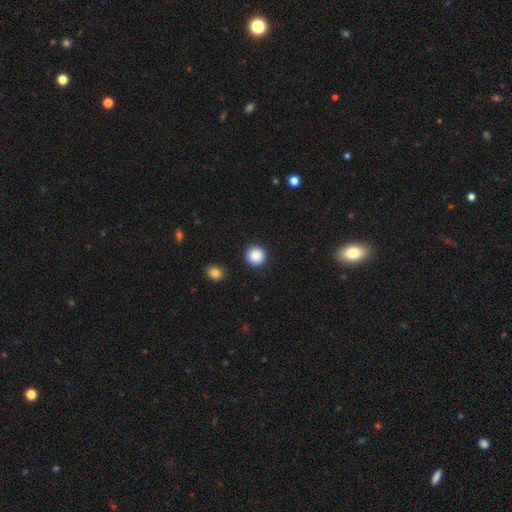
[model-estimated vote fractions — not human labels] smooth-or-featured: smooth: 86% | star or artifact: 9% | featured or disk: 5%
  how-rounded: round: 94% | in between: 5% | cigar-shaped: 1%
  merging: none: 92% | minor disturbance: 5% | major disturbance: 2% | merger: 2%